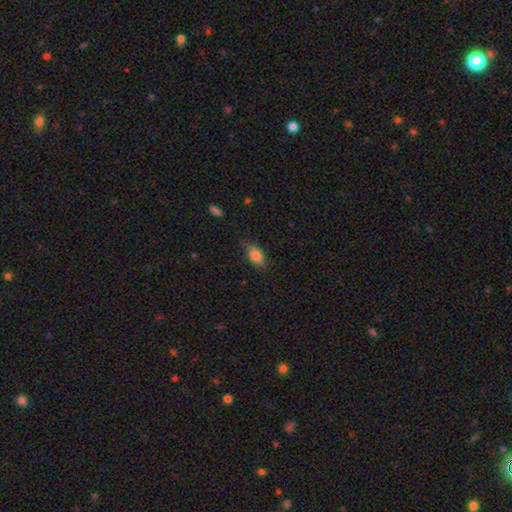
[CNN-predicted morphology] Overall: smooth (79%). How rounded: in between (86%). Merging: none (69%).